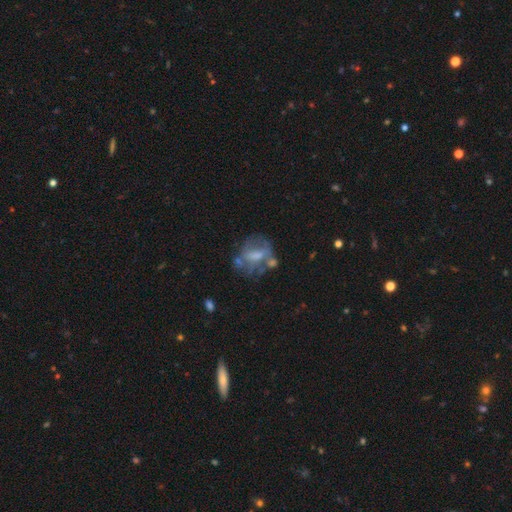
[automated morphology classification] Smooth or featured?
  - featured or disk: 56% *
  - smooth: 33%
  - star or artifact: 11%
Edge-on disk?
  - no: 96% *
  - yes: 4%
Bar?
  - no: 53% *
  - weak: 35%
  - strong: 12%
Spiral arms?
  - no: 72% *
  - yes: 28%
Bulge size?
  - moderate: 35% *
  - small: 30%
  - none: 28%
  - large: 6%
  - dominant: 1%
Merging?
  - none: 40% *
  - major disturbance: 24%
  - minor disturbance: 20%
  - merger: 16%